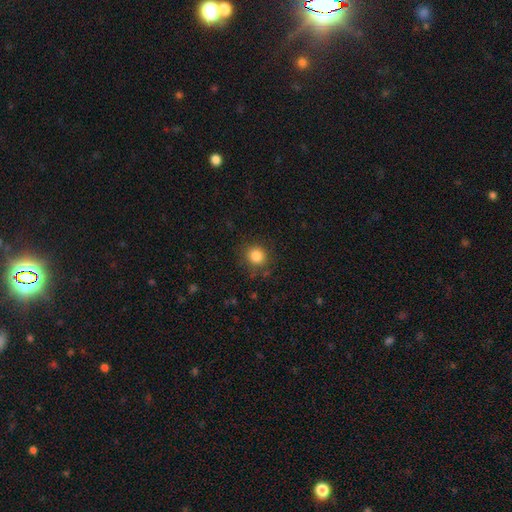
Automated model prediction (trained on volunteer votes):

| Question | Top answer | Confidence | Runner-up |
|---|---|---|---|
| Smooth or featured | smooth | 84% | star or artifact (11%) |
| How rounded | round | 88% | in between (11%) |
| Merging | none | 84% | minor disturbance (10%) |